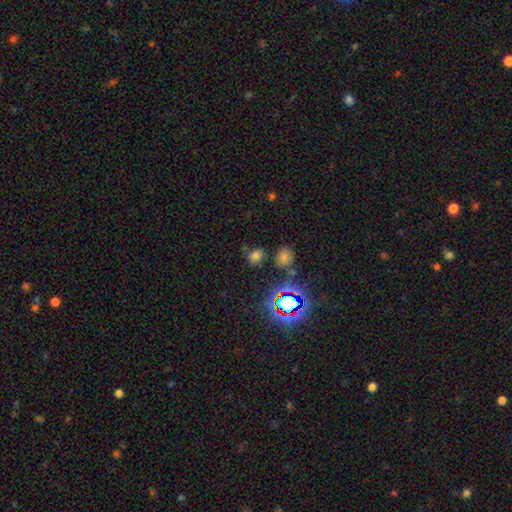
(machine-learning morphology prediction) smooth_or_featured: smooth (p=0.60) [alt: star or artifact p=0.33]
how_rounded: round (p=0.55) [alt: in between p=0.43]
merging: none (p=0.73) [alt: minor disturbance p=0.13]